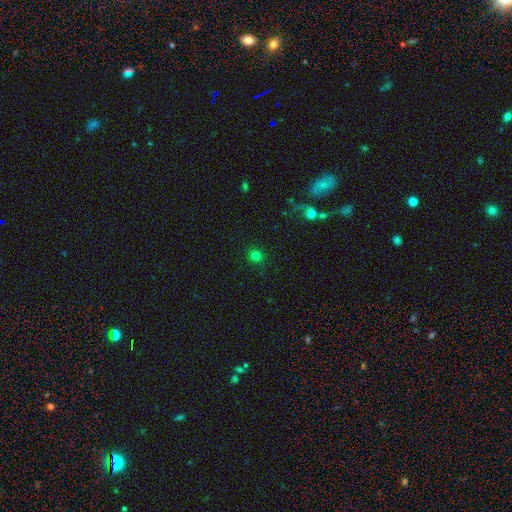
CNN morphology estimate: This appears to be a smooth galaxy with no disk features (78%) that is round (91%). Merging: none (88%).